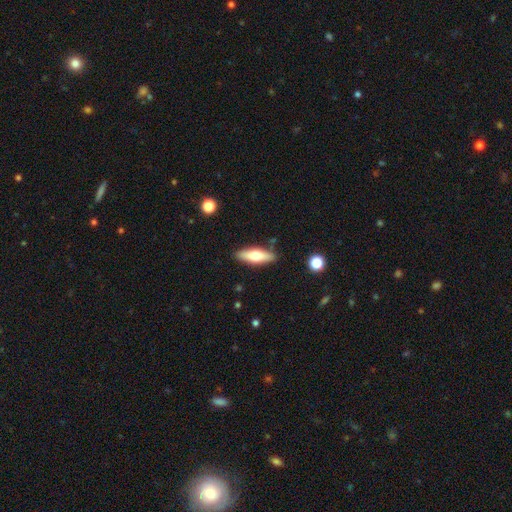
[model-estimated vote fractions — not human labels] A smooth galaxy with no disk features (61%) that is in between round and cigar-shaped (51%).

Vote fractions:
- Smooth or featured? smooth: 61% / featured or disk: 33% / star or artifact: 6%
- How rounded? in between: 51% / cigar-shaped: 47% / round: 2%
- Merging? none: 85% / minor disturbance: 10% / merger: 2% / major disturbance: 2%